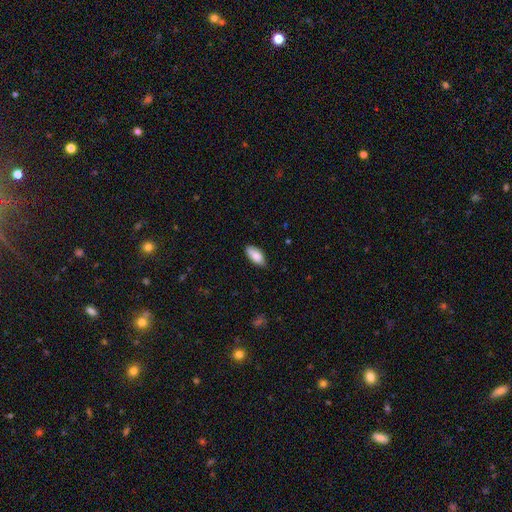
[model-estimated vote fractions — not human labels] Smooth or featured?
  - smooth: 87% *
  - featured or disk: 7%
  - star or artifact: 6%
How rounded?
  - in between: 90% *
  - cigar-shaped: 8%
  - round: 2%
Merging?
  - none: 76% *
  - minor disturbance: 20%
  - major disturbance: 3%
  - merger: 1%